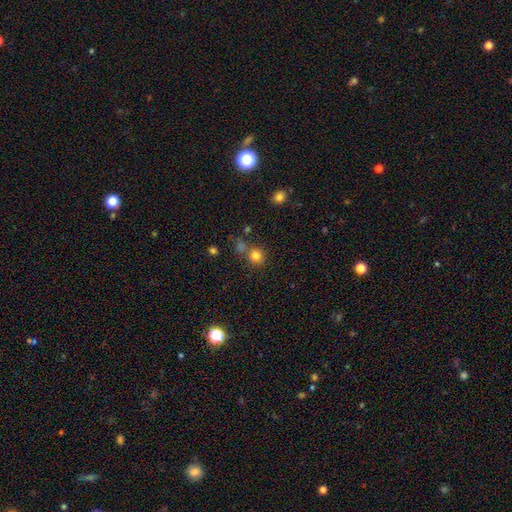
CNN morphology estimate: A smooth galaxy with no disk features (80%) that is round (88%). Merging: none (69%).